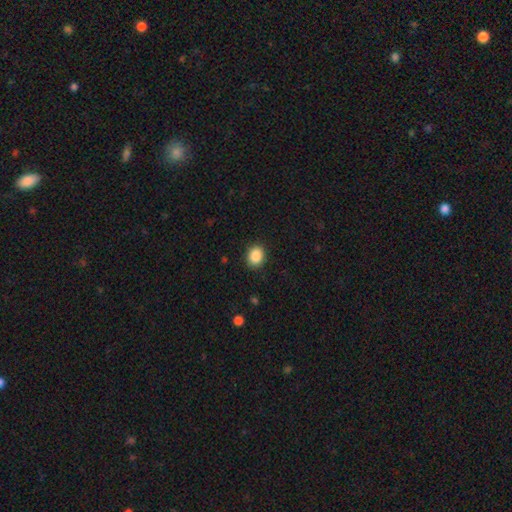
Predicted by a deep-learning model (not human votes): Smooth or featured? smooth (88%)
How rounded? round (52%)
Merging? none (88%)